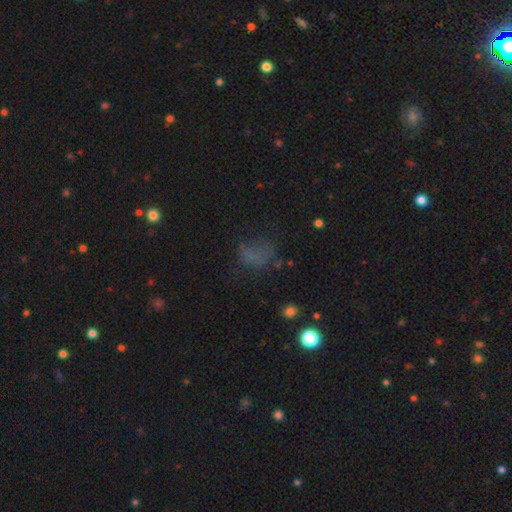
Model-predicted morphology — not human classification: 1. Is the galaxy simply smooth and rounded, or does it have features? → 53% smooth, 28% star or artifact, 19% featured or disk.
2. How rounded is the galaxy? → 63% in between, 33% round, 3% cigar-shaped.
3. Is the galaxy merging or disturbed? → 47% none, 27% major disturbance, 22% minor disturbance, 4% merger.